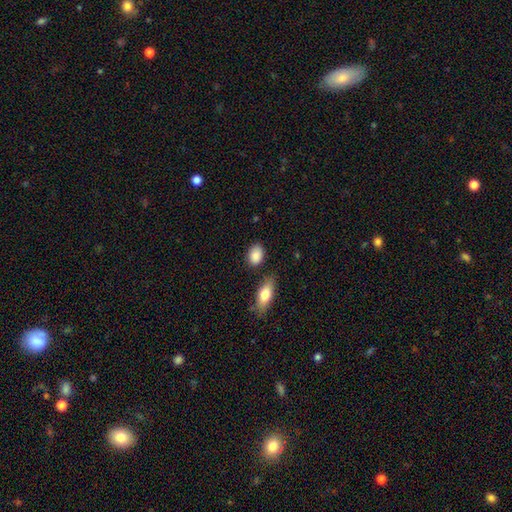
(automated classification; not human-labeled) Smooth or featured? smooth (88%)
How rounded? in between (83%)
Merging? none (79%)